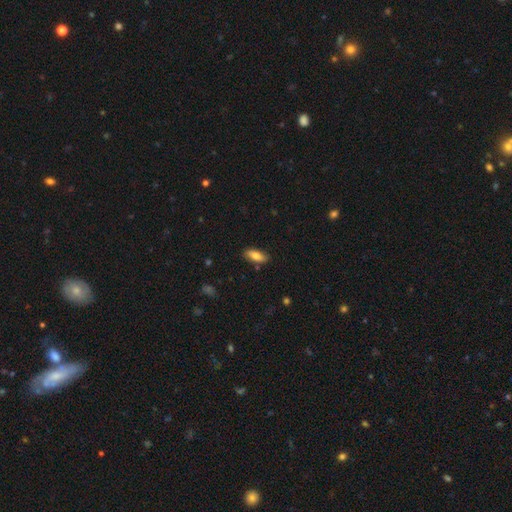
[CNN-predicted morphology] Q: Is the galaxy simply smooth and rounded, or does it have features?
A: smooth — 78%.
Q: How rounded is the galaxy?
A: in between — 78%.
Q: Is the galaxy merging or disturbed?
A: none — 84%.